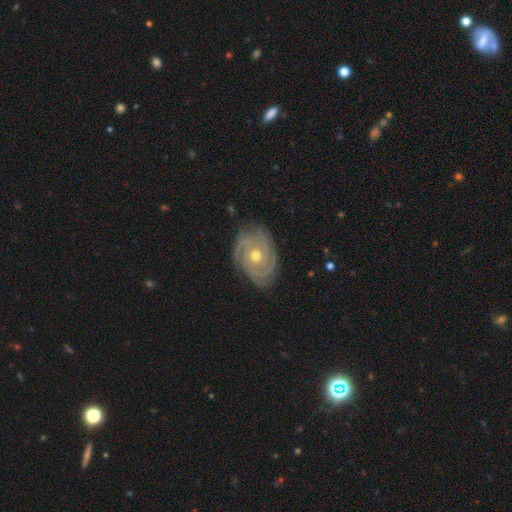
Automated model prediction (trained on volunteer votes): A featured or disk galaxy (90%) with no bar (79%), 3 (35%) tight (80%) spiral arms (97%) and a moderate central bulge (71%). Merging: none (80%).